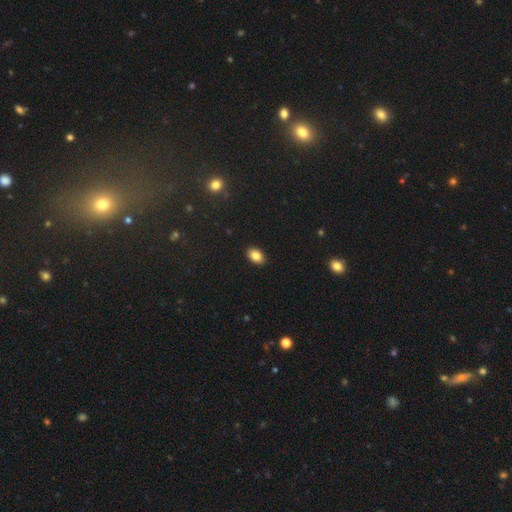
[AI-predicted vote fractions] Smooth or featured: smooth — 84% (star or artifact — 9%)
How rounded: in between — 86% (round — 13%)
Merging: none — 90% (minor disturbance — 7%)